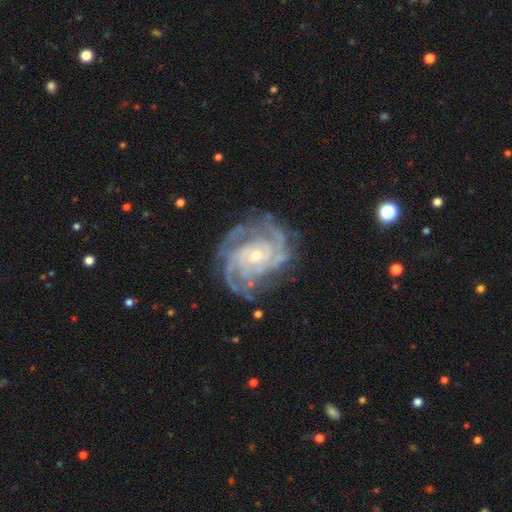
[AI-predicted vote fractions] A featured or disk galaxy (91%) with no bar (72%), 3 (25%) tight (63%) spiral arms (98%) and a small central bulge (68%).

Vote fractions:
- Smooth or featured? featured or disk: 91% / star or artifact: 5% / smooth: 4%
- Edge-on disk? no: 97% / yes: 3%
- Bar? no: 72% / weak: 21% / strong: 7%
- Spiral arms? yes: 98% / no: 2%
- Spiral winding? tight: 63% / medium: 32% / loose: 5%
- Spiral arm count? 3: 25% / 4: 20% / 2: 20% / can't tell: 19% / more than 4: 9% / 1: 7%
- Bulge size? small: 68% / moderate: 28% / large: 2% / none: 1% / dominant: 1%
- Merging? none: 71% / minor disturbance: 19% / major disturbance: 9% / merger: 2%